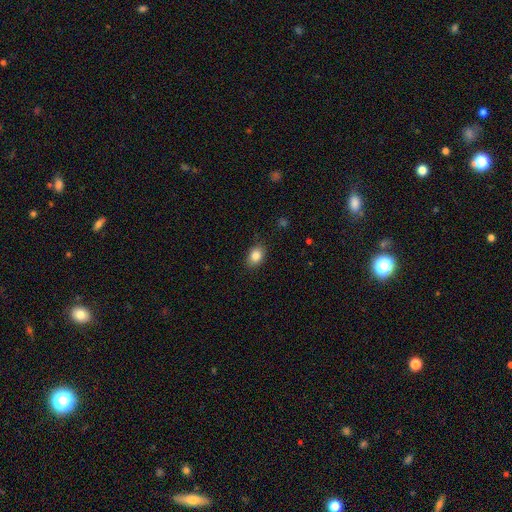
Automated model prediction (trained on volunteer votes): Q: Smooth or featured?
A: smooth (85%); runner-up: star or artifact (9%)
Q: How rounded?
A: in between (68%); runner-up: round (31%)
Q: Merging?
A: none (86%); runner-up: minor disturbance (11%)